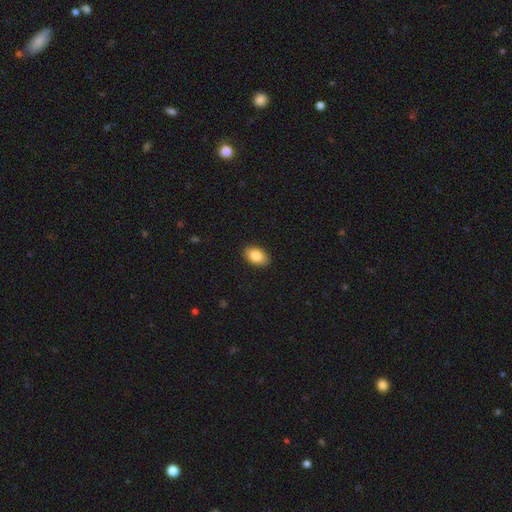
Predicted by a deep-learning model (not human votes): This appears to be a smooth galaxy with no disk features (84%) that is in between round and cigar-shaped (91%). Merging: none (89%).